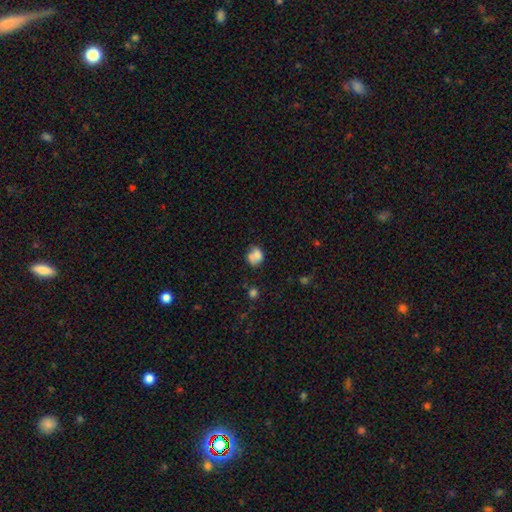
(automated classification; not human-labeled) The model was most divided on "merging" (2-way tie): merger: 36%, none: 36%, minor disturbance: 19%, major disturbance: 9%. More confident: smooth or featured — smooth (71%); how rounded — round (53%).